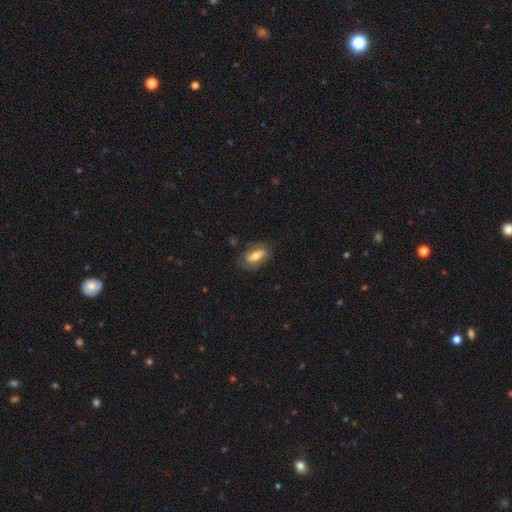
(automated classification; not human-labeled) Q: Smooth or featured?
A: smooth (60%); runner-up: featured or disk (33%)
Q: How rounded?
A: in between (82%); runner-up: cigar-shaped (13%)
Q: Merging?
A: none (75%); runner-up: minor disturbance (18%)